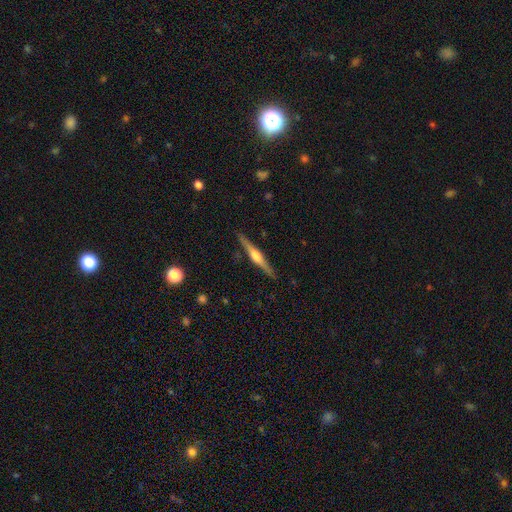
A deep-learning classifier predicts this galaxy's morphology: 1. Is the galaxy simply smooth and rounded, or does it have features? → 73% featured or disk, 21% smooth, 6% star or artifact.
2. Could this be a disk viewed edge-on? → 98% yes, 2% no.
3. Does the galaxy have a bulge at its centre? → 78% rounded, 16% boxy, 6% none.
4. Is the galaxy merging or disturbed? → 89% none, 8% minor disturbance, 2% major disturbance, 1% merger.